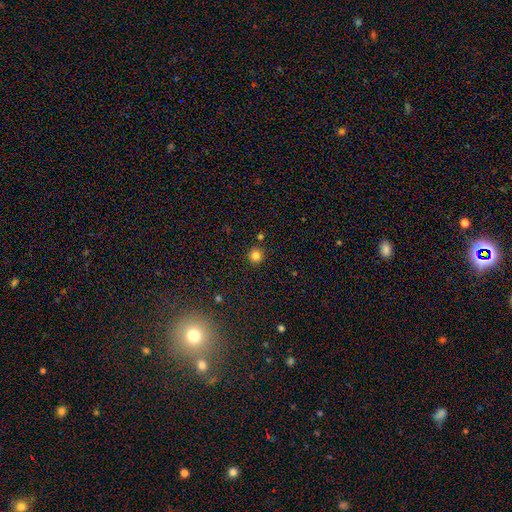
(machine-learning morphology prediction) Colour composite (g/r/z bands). It shows a smooth galaxy with no disk features (82%) that is round (95%). Merging: none (88%).